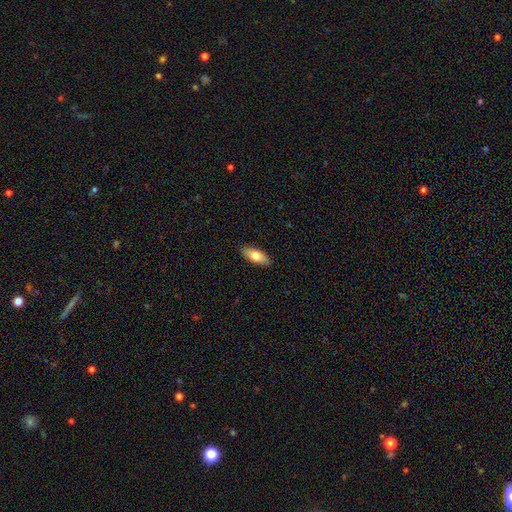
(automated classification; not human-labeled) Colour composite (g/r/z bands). It shows a smooth galaxy with no disk features (75%) that is in between round and cigar-shaped (79%). Merging: none (89%).